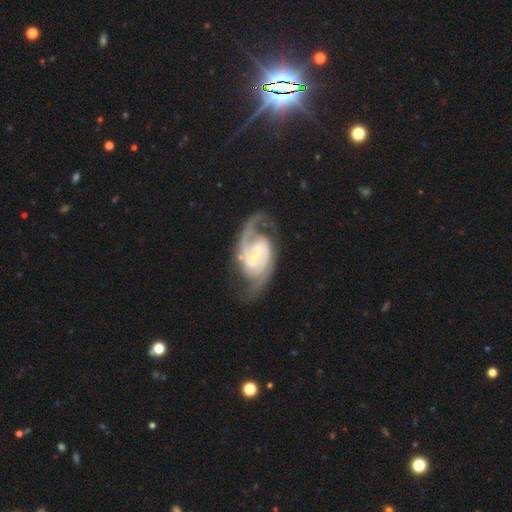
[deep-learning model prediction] Smooth or featured?
  - featured or disk: 92% *
  - smooth: 4%
  - star or artifact: 4%
Edge-on disk?
  - no: 97% *
  - yes: 3%
Bar?
  - weak: 47% *
  - strong: 34%
  - no: 19%
Spiral arms?
  - yes: 98% *
  - no: 2%
Spiral winding?
  - medium: 54% *
  - tight: 32%
  - loose: 13%
Spiral arm count?
  - 2: 88% *
  - 3: 4%
  - can't tell: 4%
  - 1: 2%
  - 4: 1%
  - more than 4: 1%
Bulge size?
  - small: 64% *
  - moderate: 29%
  - none: 3%
  - large: 3%
  - dominant: 1%
Merging?
  - none: 72% *
  - minor disturbance: 16%
  - major disturbance: 10%
  - merger: 2%